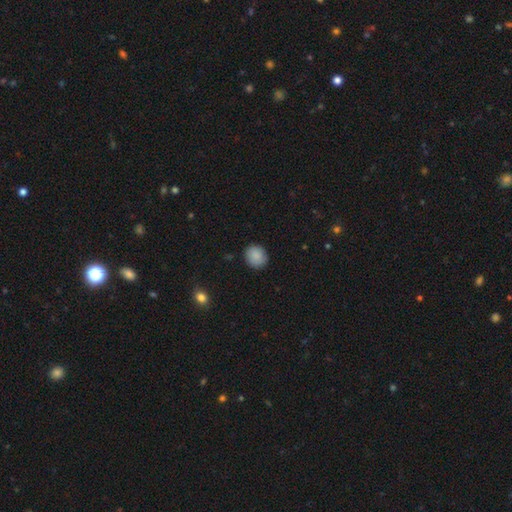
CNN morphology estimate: smooth_or_featured: smooth (p=0.88) [alt: star or artifact p=0.08]
how_rounded: round (p=0.77) [alt: in between p=0.23]
merging: none (p=0.87) [alt: minor disturbance p=0.10]